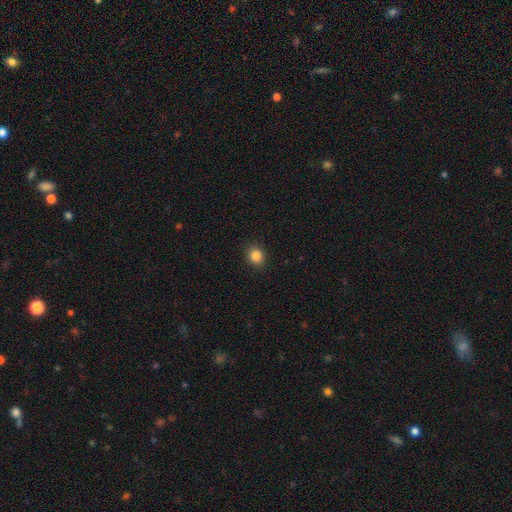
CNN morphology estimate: Q: Smooth or featured?
A: smooth (85%); runner-up: star or artifact (11%)
Q: How rounded?
A: round (67%); runner-up: in between (32%)
Q: Merging?
A: none (91%); runner-up: minor disturbance (6%)